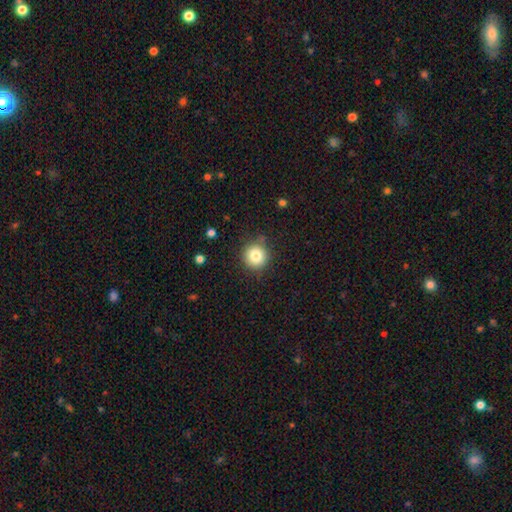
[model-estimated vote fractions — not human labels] A smooth galaxy with no disk features (81%) that is round (94%). Merging: none (87%).